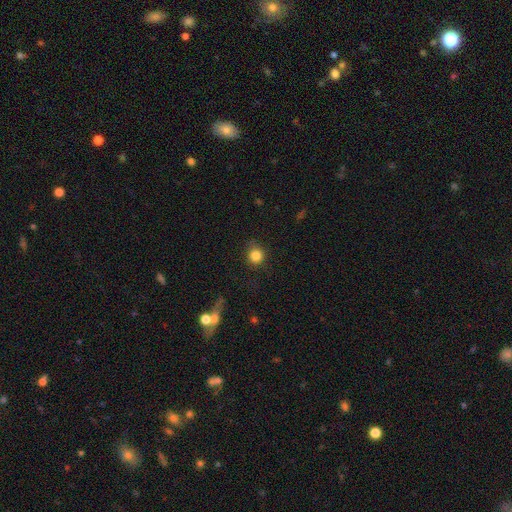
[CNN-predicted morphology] This appears to be a smooth galaxy with no disk features (83%) that is round (90%). Merging: none (81%).